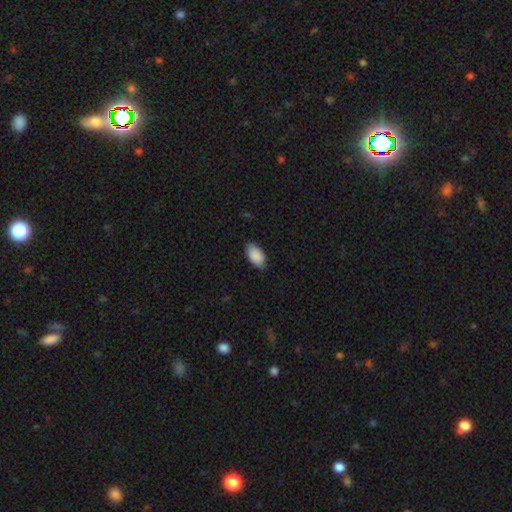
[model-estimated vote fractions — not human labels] Smooth or featured? Predicted: smooth (p=0.90). How rounded? Predicted: in between (p=0.95). Merging? Predicted: none (p=0.81).